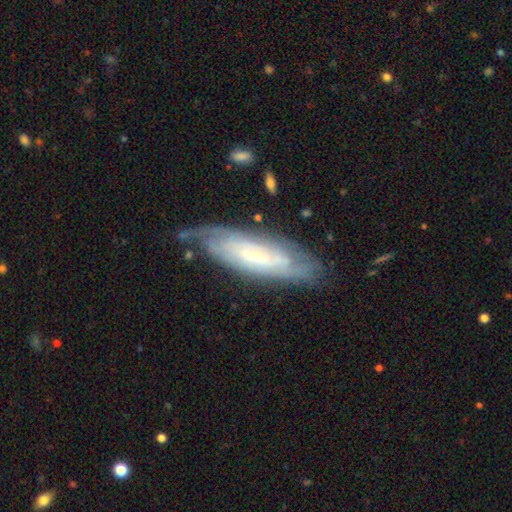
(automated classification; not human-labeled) Smooth or featured?
  - featured or disk: 72% *
  - smooth: 22%
  - star or artifact: 6%
Edge-on disk?
  - no: 76% *
  - yes: 24%
Bar?
  - no: 56% *
  - weak: 33%
  - strong: 11%
Spiral arms?
  - yes: 88% *
  - no: 12%
Bulge size?
  - small: 70% *
  - moderate: 20%
  - none: 6%
  - large: 3%
  - dominant: 1%
Merging?
  - none: 70% *
  - minor disturbance: 21%
  - major disturbance: 7%
  - merger: 2%